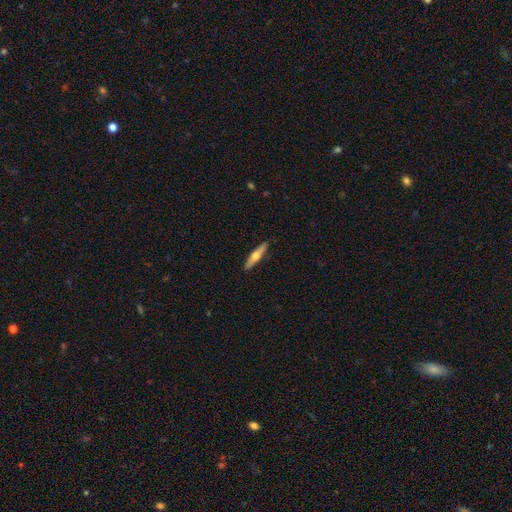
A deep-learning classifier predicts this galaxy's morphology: smooth_or_featured: featured or disk (p=0.51) [alt: smooth p=0.44]
disk_edge_on: yes (p=0.93) [alt: no p=0.07]
merging: none (p=0.91) [alt: minor disturbance p=0.07]